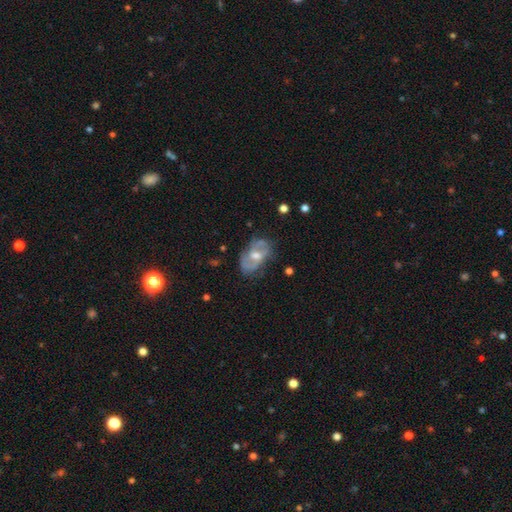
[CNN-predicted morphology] Smooth or featured? featured or disk (66%)
Edge-on disk? no (94%)
Bar? no (54%)
Spiral arms? yes (62%)
Bulge size? moderate (65%)
Merging? none (62%)